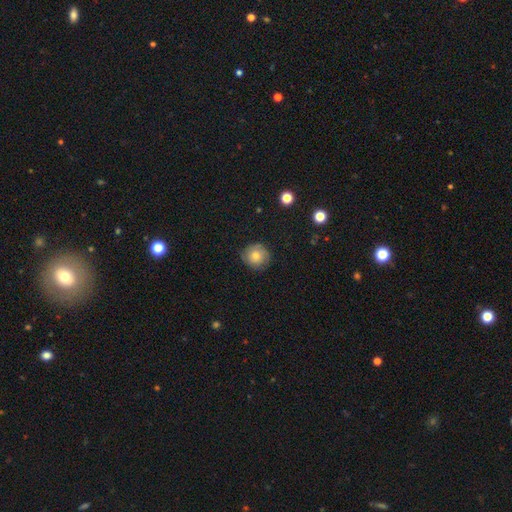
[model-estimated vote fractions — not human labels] Smooth or featured? Predicted: smooth (p=0.64). How rounded? Predicted: round (p=0.91). Merging? Predicted: none (p=0.81).